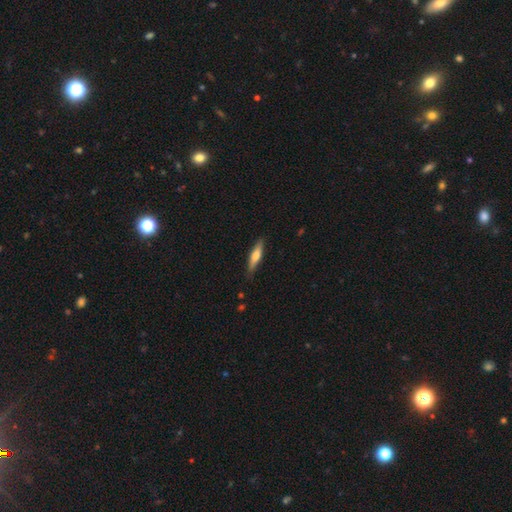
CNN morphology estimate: smooth-or-featured: smooth: 62% | featured or disk: 32% | star or artifact: 5%
  how-rounded: cigar-shaped: 78% | in between: 21% | round: 2%
  merging: none: 84% | minor disturbance: 13% | major disturbance: 2% | merger: 1%